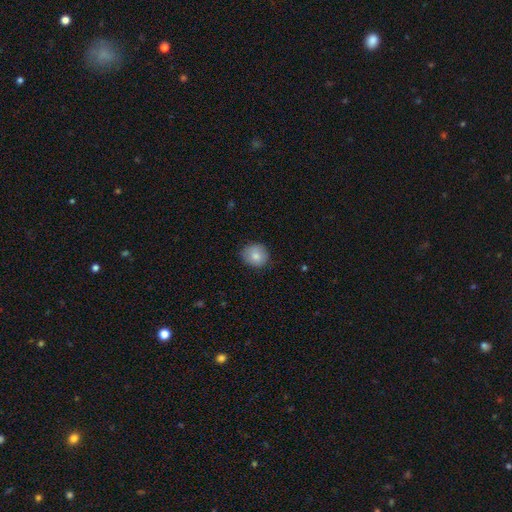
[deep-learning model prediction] Q: Smooth or featured?
A: smooth (82%); runner-up: featured or disk (10%)
Q: How rounded?
A: round (82%); runner-up: in between (17%)
Q: Merging?
A: none (83%); runner-up: minor disturbance (13%)